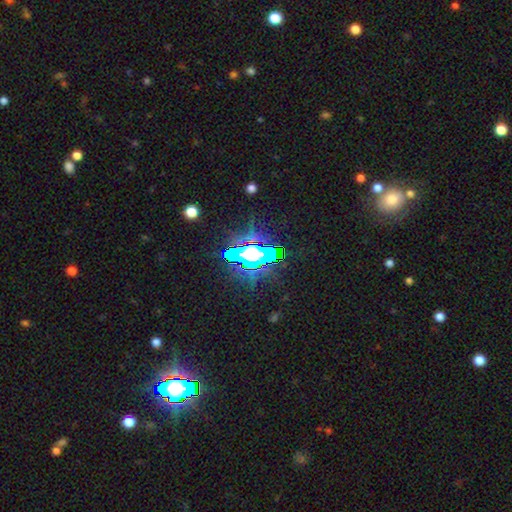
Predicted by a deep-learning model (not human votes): smooth_or_featured: star or artifact (p=0.64) [alt: smooth p=0.20]